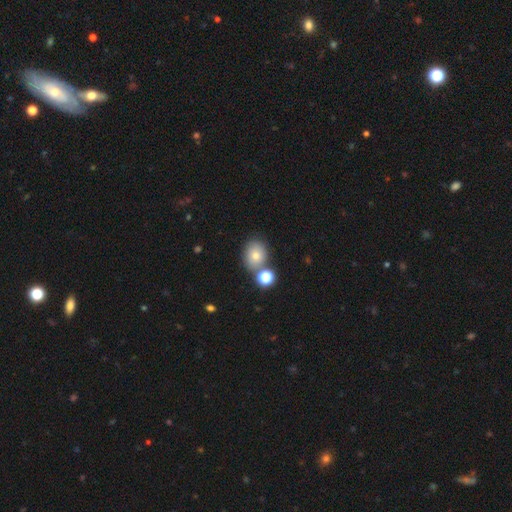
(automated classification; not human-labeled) This appears to be a smooth galaxy with no disk features (74%) that is round (59%). Merging: none (64%).